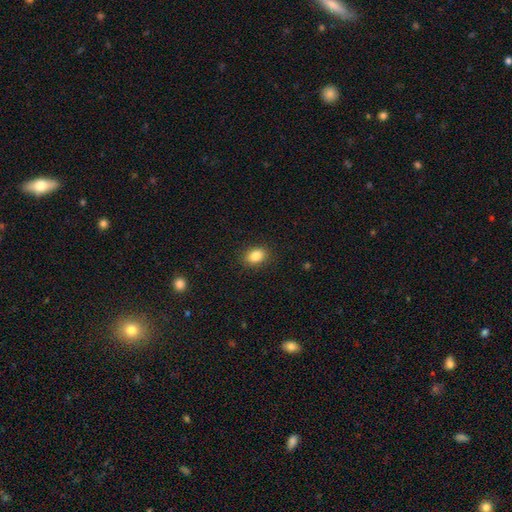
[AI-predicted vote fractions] This is clearly a smooth galaxy (86%). How rounded: likely in between (74%). Merging: clearly none (89%).